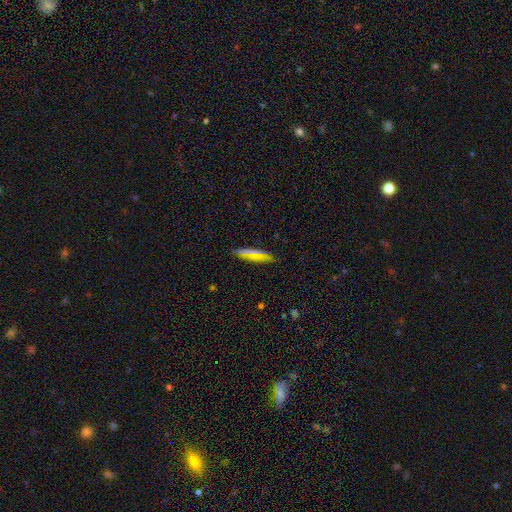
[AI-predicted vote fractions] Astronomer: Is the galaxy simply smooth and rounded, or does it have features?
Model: smooth — 71%.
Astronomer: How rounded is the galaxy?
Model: cigar-shaped — 69%.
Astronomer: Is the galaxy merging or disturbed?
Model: none — 84%.